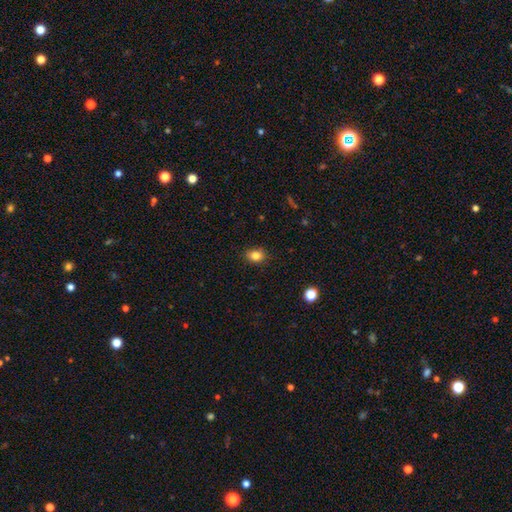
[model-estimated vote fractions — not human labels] Smooth or featured?
  - smooth: 84% *
  - star or artifact: 11%
  - featured or disk: 5%
How rounded?
  - in between: 58% *
  - round: 41%
  - cigar-shaped: 1%
Merging?
  - none: 86% *
  - minor disturbance: 10%
  - major disturbance: 2%
  - merger: 1%